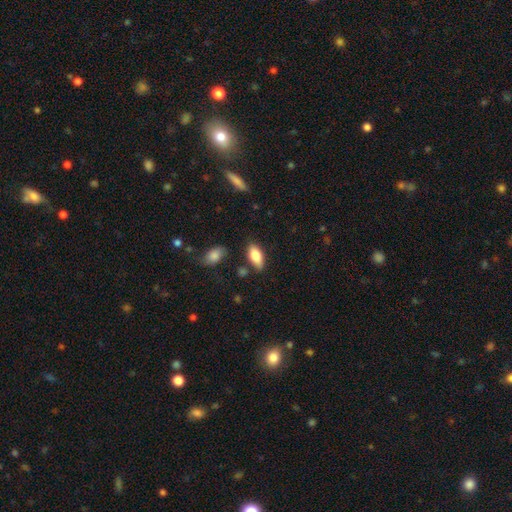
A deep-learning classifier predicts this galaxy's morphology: A smooth galaxy with no disk features (82%) that is in between round and cigar-shaped (88%). Merging: none (79%).